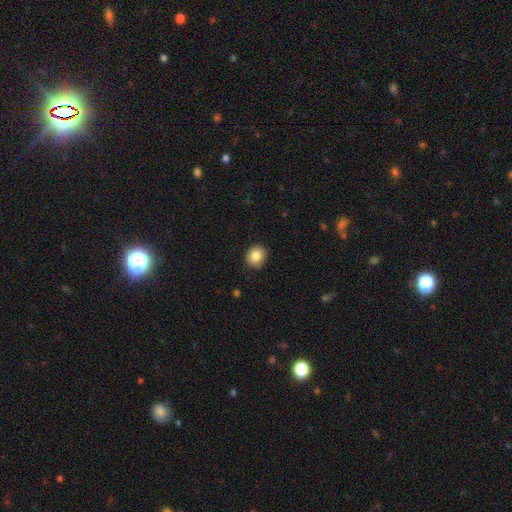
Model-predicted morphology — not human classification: Smooth or featured? smooth (84%)
How rounded? round (80%)
Merging? none (87%)